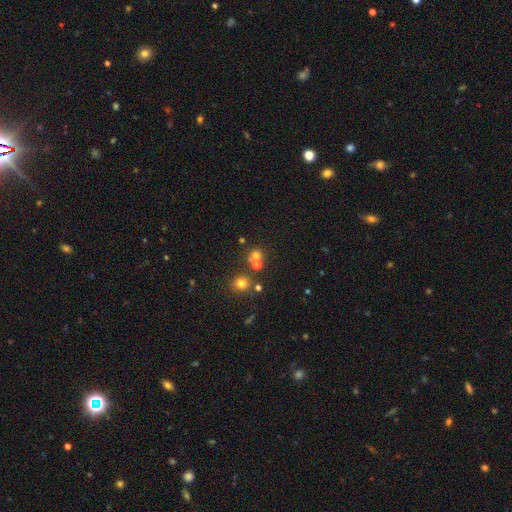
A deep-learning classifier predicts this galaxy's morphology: Overall: smooth (64%). How rounded: round (85%). Merging: none (57%; merger 32%).